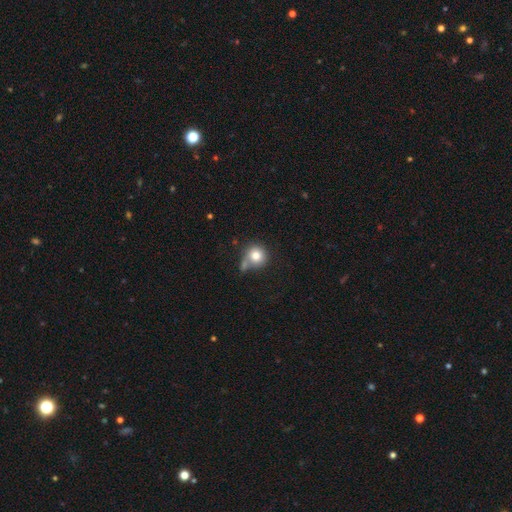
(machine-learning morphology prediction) Smooth or featured? Predicted: smooth (p=0.80). How rounded? Predicted: round (p=0.89). Merging? Predicted: none (p=0.51).